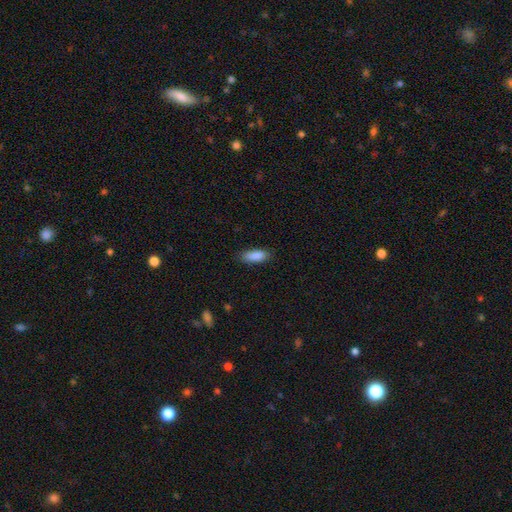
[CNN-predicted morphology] Smooth or featured?
  - smooth: 89% *
  - star or artifact: 7%
  - featured or disk: 5%
How rounded?
  - in between: 74% *
  - cigar-shaped: 24%
  - round: 2%
Merging?
  - none: 82% *
  - minor disturbance: 14%
  - major disturbance: 3%
  - merger: 1%